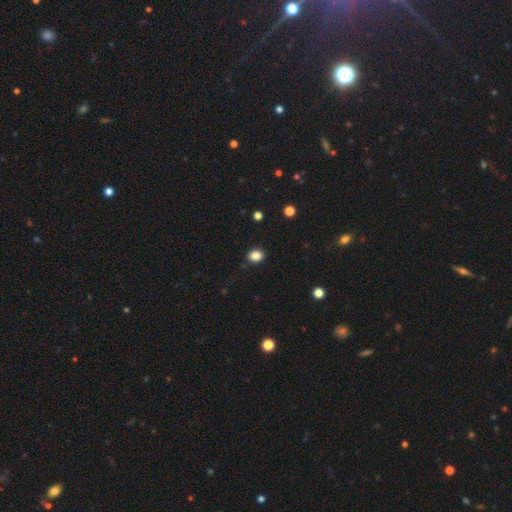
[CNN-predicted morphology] smooth_or_featured: smooth (p=0.85) [alt: star or artifact p=0.10]
how_rounded: in between (p=0.51) [alt: round p=0.48]
merging: none (p=0.88) [alt: minor disturbance p=0.08]